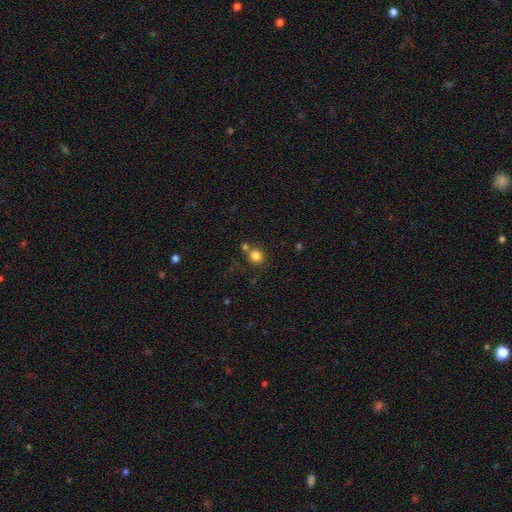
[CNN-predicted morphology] smooth 82%, star or artifact 12%, featured or disk 6%. Down the decision tree: how rounded — round (86%); merging — none (69%).